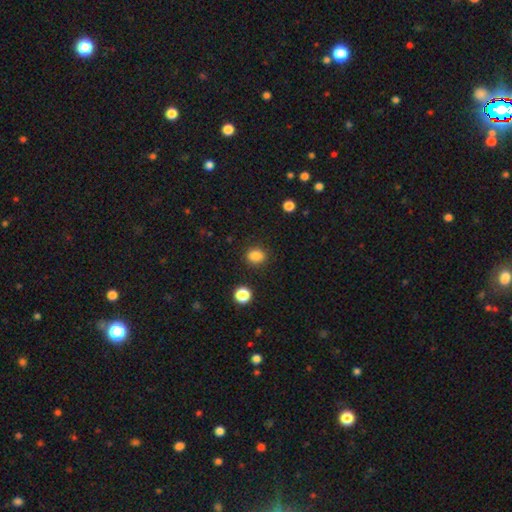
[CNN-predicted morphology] smooth_or_featured: smooth (p=0.85) [alt: star or artifact p=0.11]
how_rounded: round (p=0.49) [tied with: in between p=0.49]
merging: none (p=0.86) [alt: minor disturbance p=0.09]